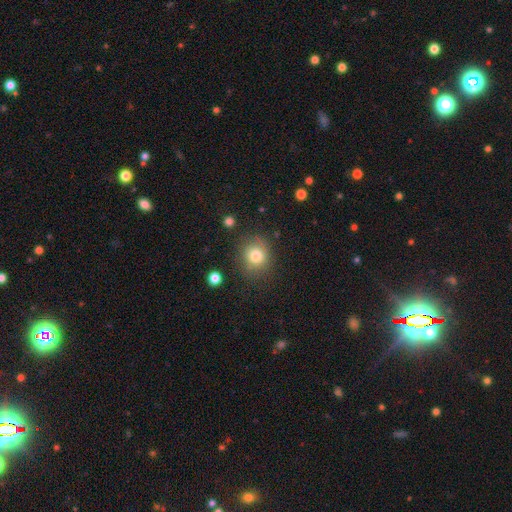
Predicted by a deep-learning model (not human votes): This appears to be a smooth galaxy with no disk features (80%) that is round (80%). Merging: none (78%).